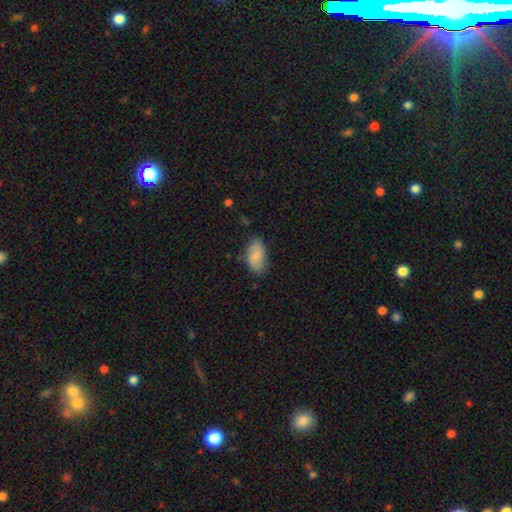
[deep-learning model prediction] Overall: smooth (72%). How rounded: in between (94%). Merging: none (72%).